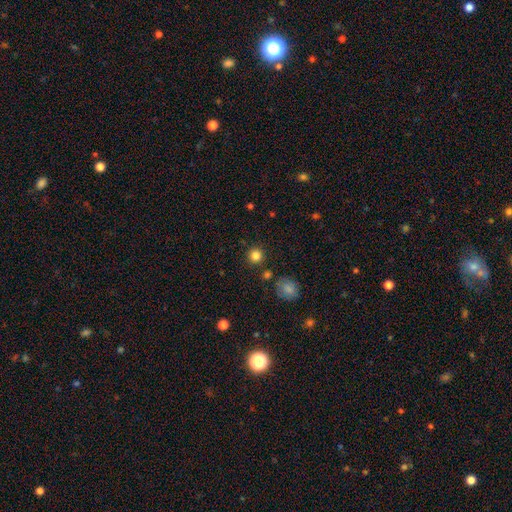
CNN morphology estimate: Smooth or featured? Predicted: smooth (p=0.83). How rounded? Predicted: round (p=0.93). Merging? Predicted: none (p=0.86).